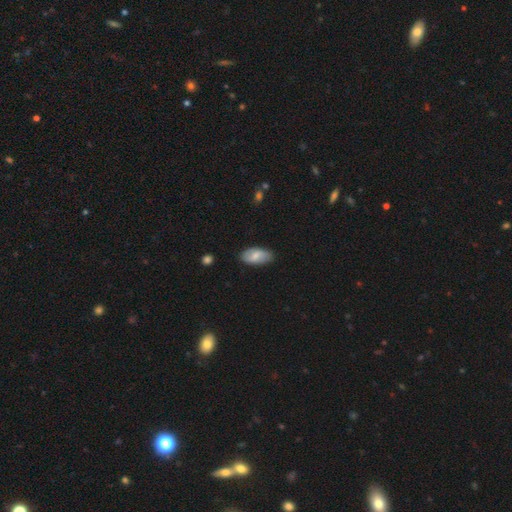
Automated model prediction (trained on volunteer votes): Overall: smooth (69%). How rounded: in between (94%). Merging: none (83%).